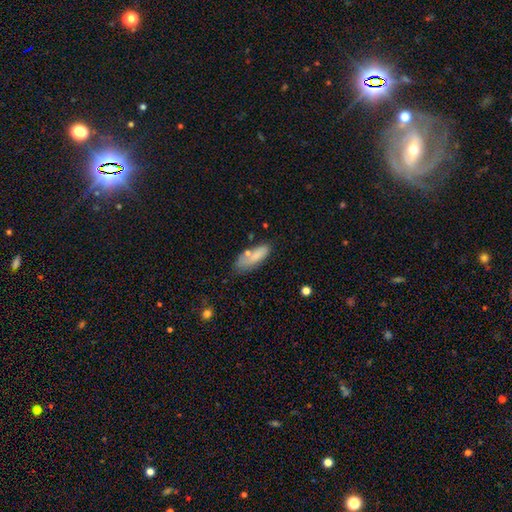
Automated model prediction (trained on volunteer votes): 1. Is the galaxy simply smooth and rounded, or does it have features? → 76% smooth, 16% featured or disk, 7% star or artifact.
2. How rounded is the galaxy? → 61% in between, 36% cigar-shaped, 2% round.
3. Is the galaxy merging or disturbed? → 56% none, 25% minor disturbance, 10% merger, 9% major disturbance.